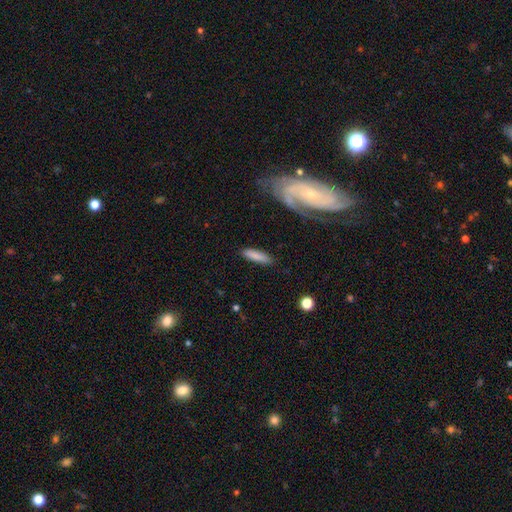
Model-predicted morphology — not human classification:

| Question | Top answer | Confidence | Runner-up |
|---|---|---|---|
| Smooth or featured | smooth | 82% | featured or disk (12%) |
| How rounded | cigar-shaped | 71% | in between (27%) |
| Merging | none | 85% | minor disturbance (10%) |